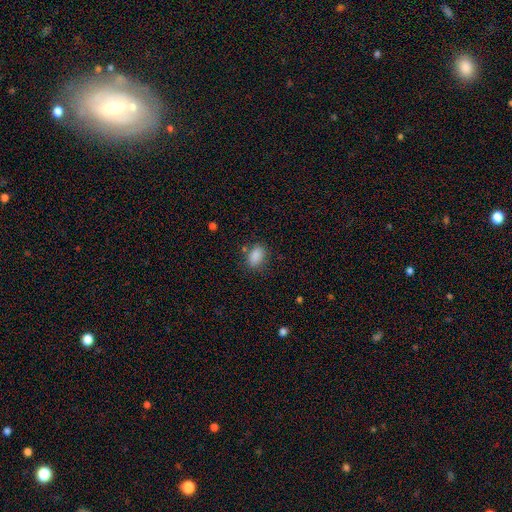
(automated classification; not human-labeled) The model was most divided on "merging": none: 78%, minor disturbance: 14%, major disturbance: 4%, merger: 3%. More confident: smooth or featured — smooth (87%); how rounded — in between (86%).